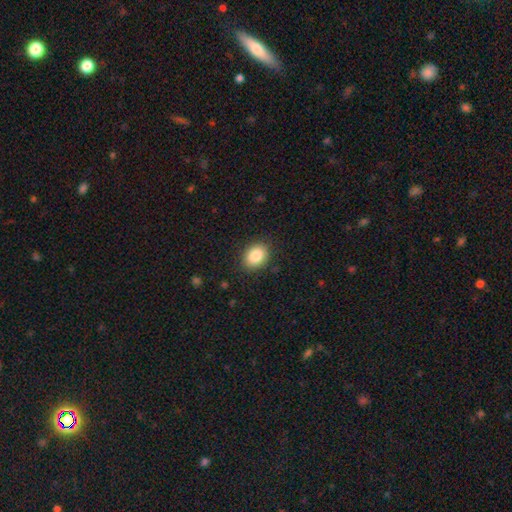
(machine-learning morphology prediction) A smooth galaxy with no disk features (86%) that is in between round and cigar-shaped (56%).

Vote fractions:
- Smooth or featured? smooth: 86% / star or artifact: 8% / featured or disk: 6%
- How rounded? in between: 56% / round: 43% / cigar-shaped: 1%
- Merging? none: 87% / minor disturbance: 9% / major disturbance: 3% / merger: 1%